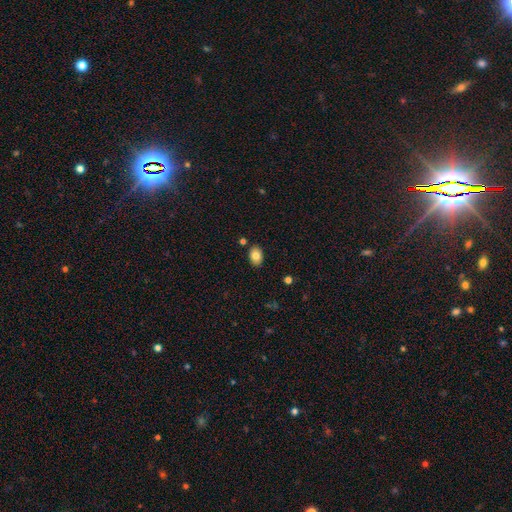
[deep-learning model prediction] Q: Smooth or featured?
A: smooth (82%); runner-up: featured or disk (10%)
Q: How rounded?
A: in between (80%); runner-up: round (19%)
Q: Merging?
A: none (86%); runner-up: minor disturbance (10%)